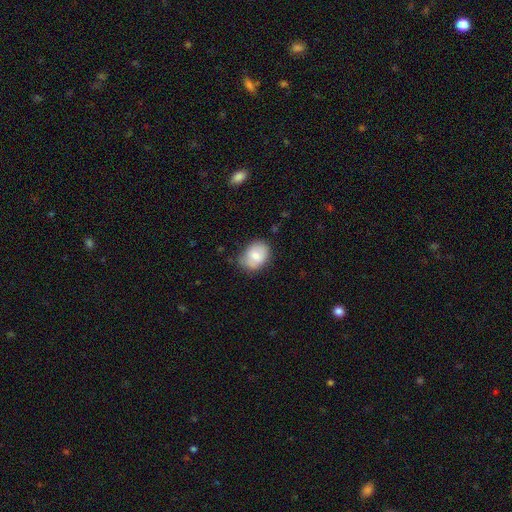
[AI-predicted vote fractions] Smooth or featured? smooth (75%)
How rounded? in between (62%)
Merging? none (67%)